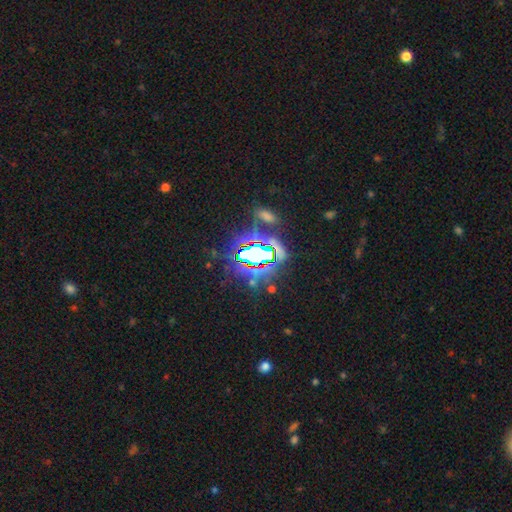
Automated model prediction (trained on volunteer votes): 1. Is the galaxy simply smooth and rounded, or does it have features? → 71% star or artifact, 16% smooth, 12% featured or disk.